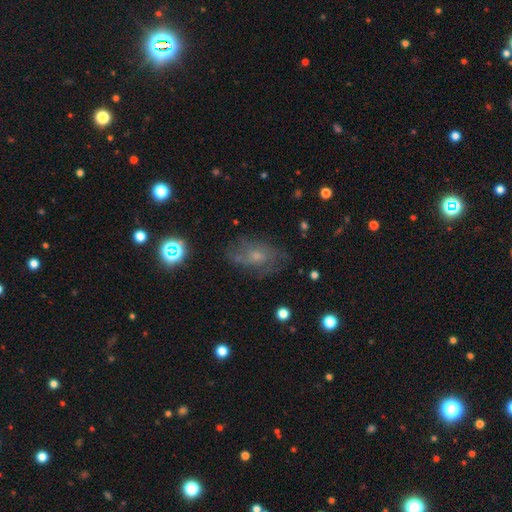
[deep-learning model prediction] Smooth or featured: featured or disk — 51% (smooth — 33%)
Edge-on disk: no — 93% (yes — 7%)
Merging: none — 65% (minor disturbance — 21%)